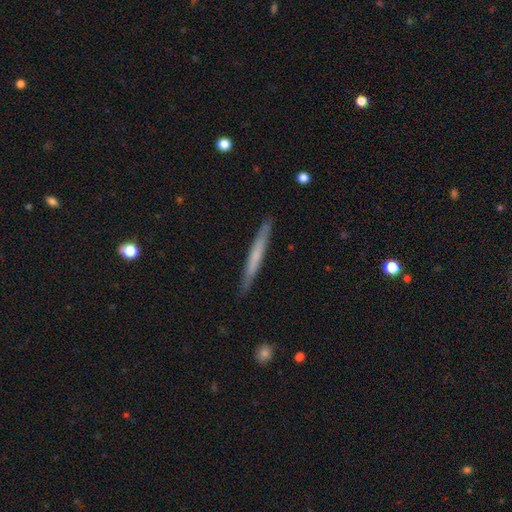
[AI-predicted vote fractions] smooth 54%, featured or disk 41%, star or artifact 5%. Down the decision tree: how rounded — cigar-shaped (97%); merging — none (89%).